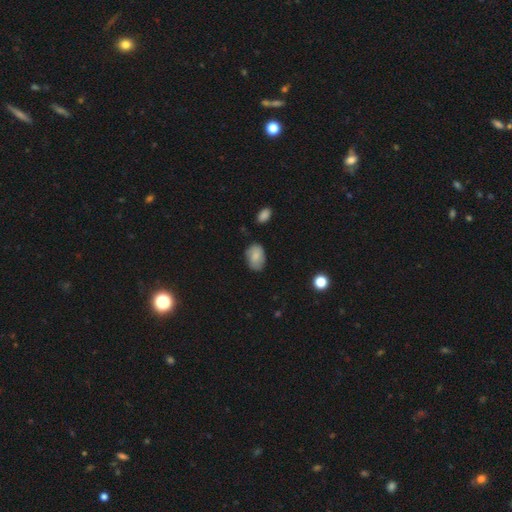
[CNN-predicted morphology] This is clearly a smooth galaxy (81%). How rounded: clearly in between (86%). Merging: likely none (72%).